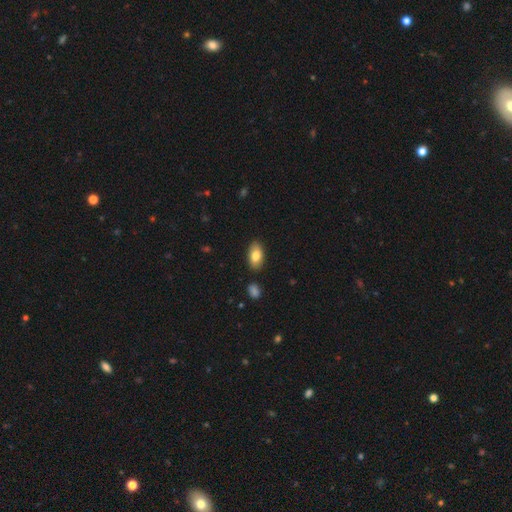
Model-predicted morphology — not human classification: The model was most divided on "smooth or featured": smooth: 82%, featured or disk: 11%, star or artifact: 7%. More confident: how rounded — in between (93%); merging — none (87%).